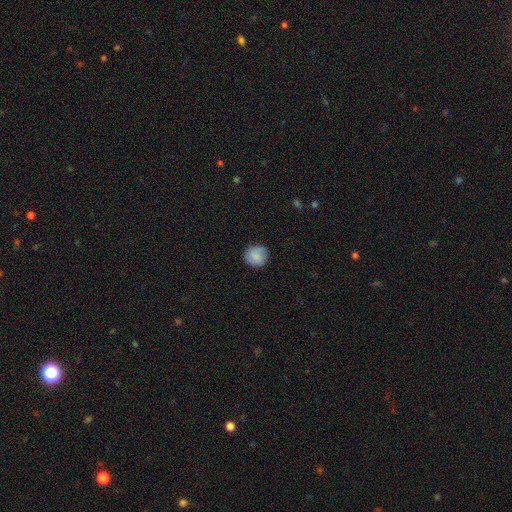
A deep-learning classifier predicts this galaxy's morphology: The model was most divided on "merging": none: 85%, minor disturbance: 11%, major disturbance: 3%, merger: 1%. More confident: how rounded — round (90%); smooth or featured — smooth (85%).